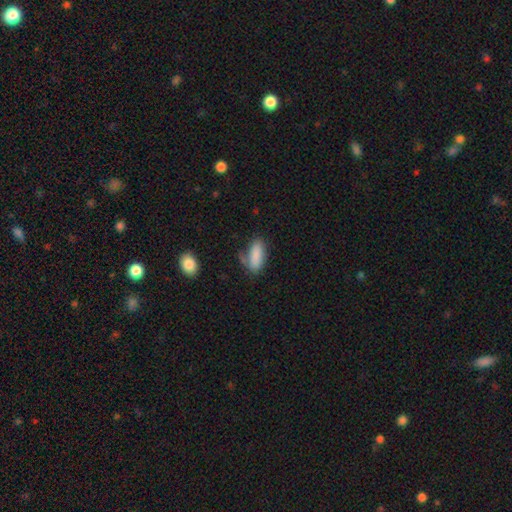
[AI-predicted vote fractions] This is clearly a smooth galaxy (85%). How rounded: likely in between (79%). Merging: possibly none (57%).